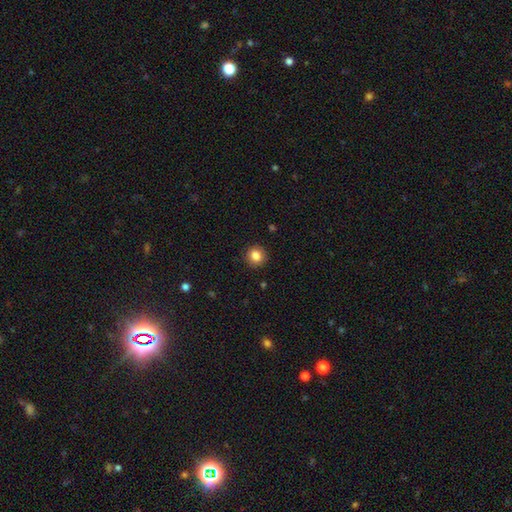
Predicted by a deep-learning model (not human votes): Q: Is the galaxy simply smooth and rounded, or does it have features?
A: smooth — 84%.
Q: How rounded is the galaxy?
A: round — 91%.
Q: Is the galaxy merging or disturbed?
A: none — 92%.